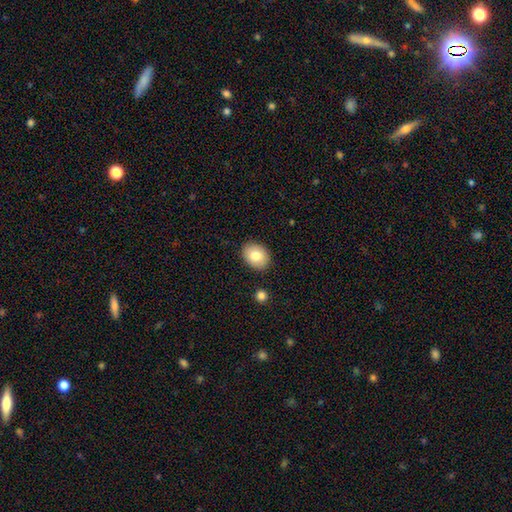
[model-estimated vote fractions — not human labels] smooth-or-featured: smooth: 81% | featured or disk: 11% | star or artifact: 7%
  how-rounded: in between: 63% | round: 36% | cigar-shaped: 1%
  merging: none: 87% | minor disturbance: 9% | major disturbance: 2% | merger: 2%